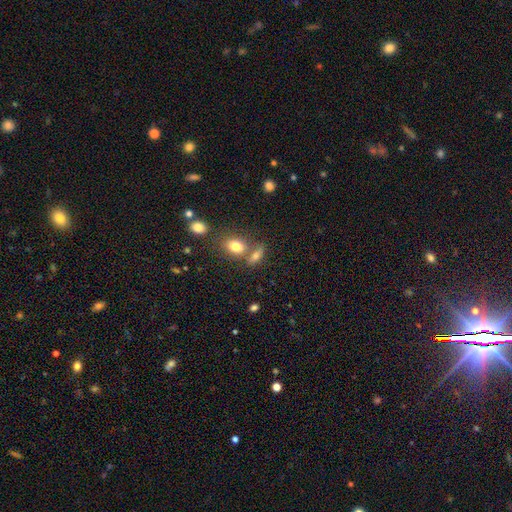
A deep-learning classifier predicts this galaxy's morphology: This appears to be a smooth galaxy with no disk features (72%) that is in between round and cigar-shaped (70%). Merging: none (53%).